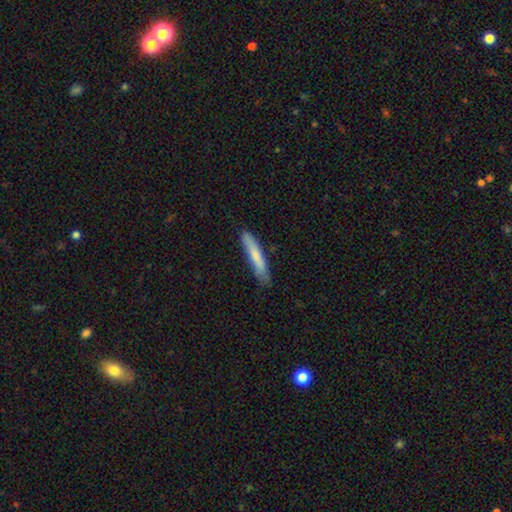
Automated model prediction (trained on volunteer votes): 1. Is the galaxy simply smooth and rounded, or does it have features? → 76% smooth, 19% featured or disk, 5% star or artifact.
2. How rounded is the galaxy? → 93% cigar-shaped, 6% in between, 1% round.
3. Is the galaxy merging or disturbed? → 81% none, 16% minor disturbance, 2% major disturbance, 1% merger.